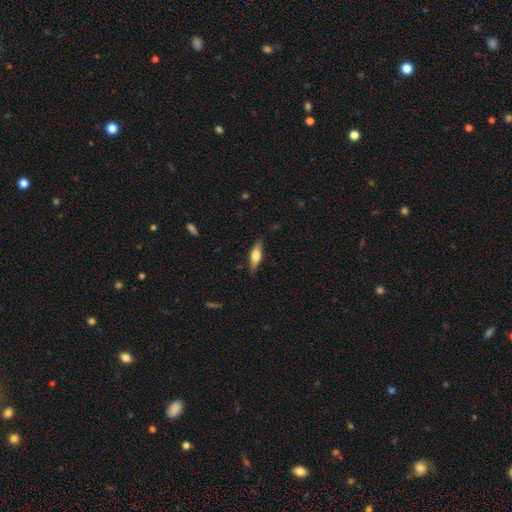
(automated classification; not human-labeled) Smooth or featured? Predicted: smooth (p=0.52). How rounded? Predicted: cigar-shaped (p=0.52). Merging? Predicted: none (p=0.84).